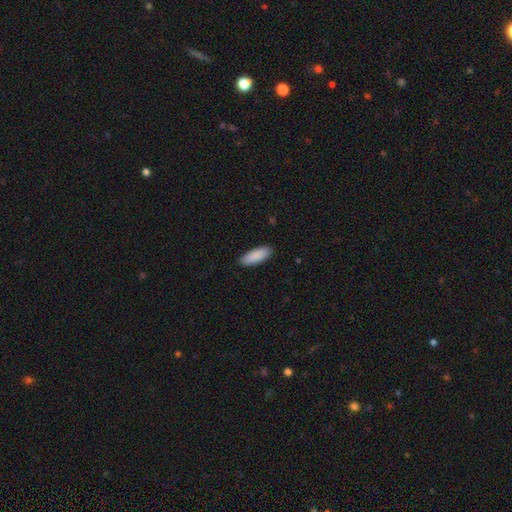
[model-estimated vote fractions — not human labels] Morphology: type=smooth (90%); roundness=in between (71%); merging=none (89%).